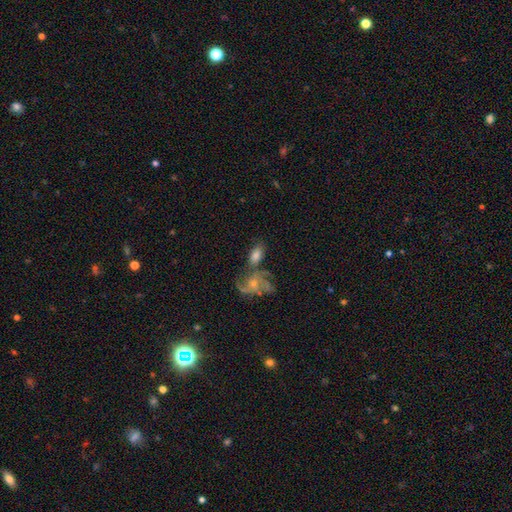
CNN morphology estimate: Smooth or featured? Predicted: smooth (p=0.47). Merging? Predicted: none (p=0.43).